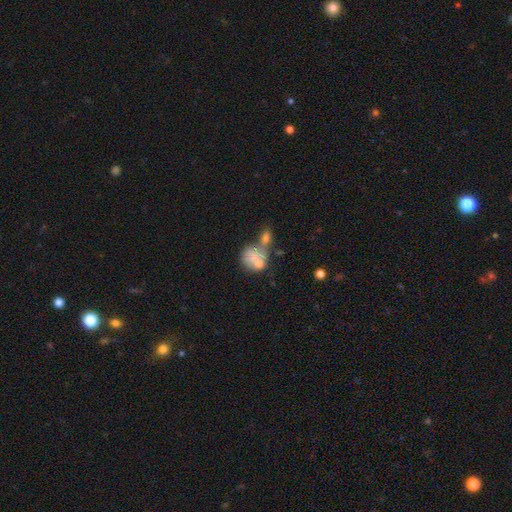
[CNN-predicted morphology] Smooth or featured: smooth — 69% (featured or disk — 20%)
How rounded: round — 71% (in between — 27%)
Merging: merger — 45% (none — 29%)